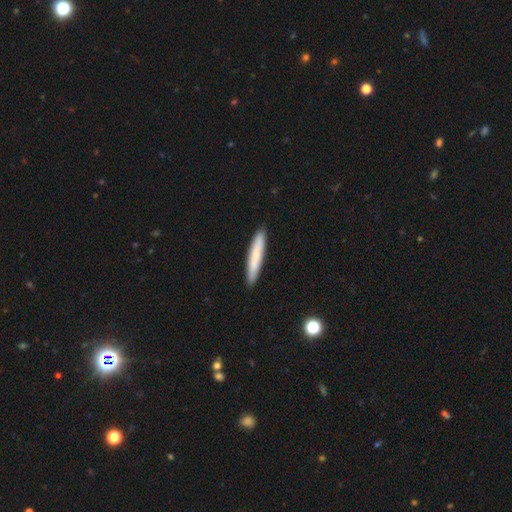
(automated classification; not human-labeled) Smooth or featured? Predicted: smooth (p=0.74). How rounded? Predicted: cigar-shaped (p=0.93). Merging? Predicted: none (p=0.91).